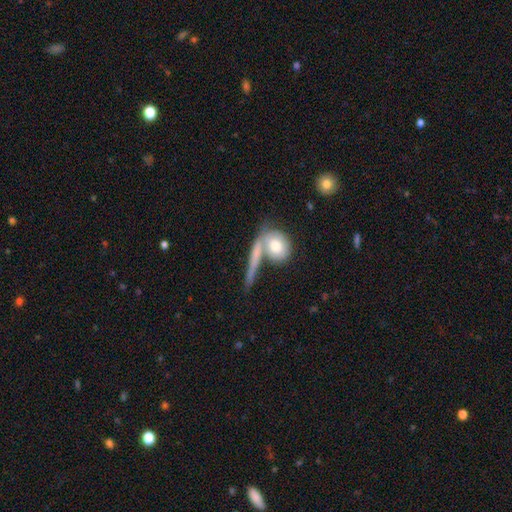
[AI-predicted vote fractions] Morphology: type=smooth (59%); roundness=cigar-shaped (44%); merging=none (42%).